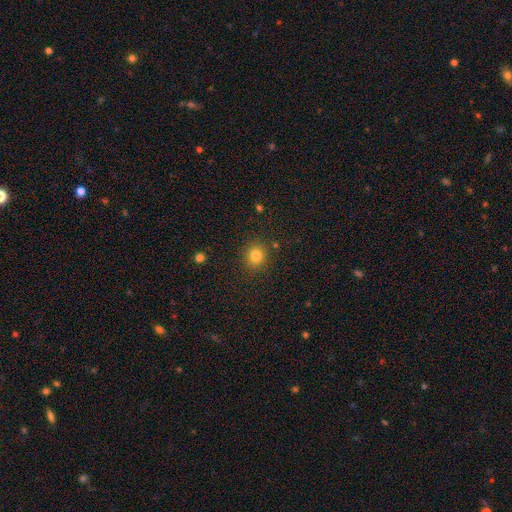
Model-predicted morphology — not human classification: Smooth or featured?
  - smooth: 83% *
  - star or artifact: 12%
  - featured or disk: 5%
How rounded?
  - round: 86% *
  - in between: 13%
  - cigar-shaped: 1%
Merging?
  - none: 87% *
  - minor disturbance: 8%
  - major disturbance: 3%
  - merger: 2%